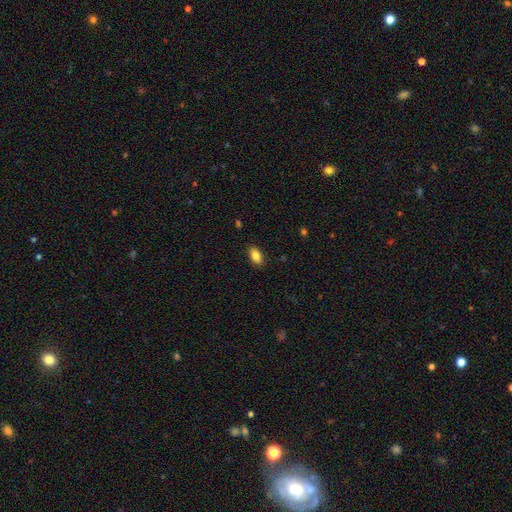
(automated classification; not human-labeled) Smooth or featured? smooth (85%)
How rounded? in between (89%)
Merging? none (87%)